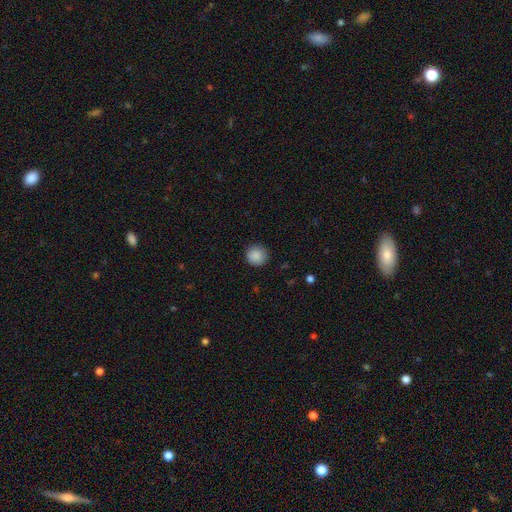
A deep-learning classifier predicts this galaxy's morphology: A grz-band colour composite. It shows a smooth galaxy with no disk features (88%) that is round (94%). Merging: none (89%).